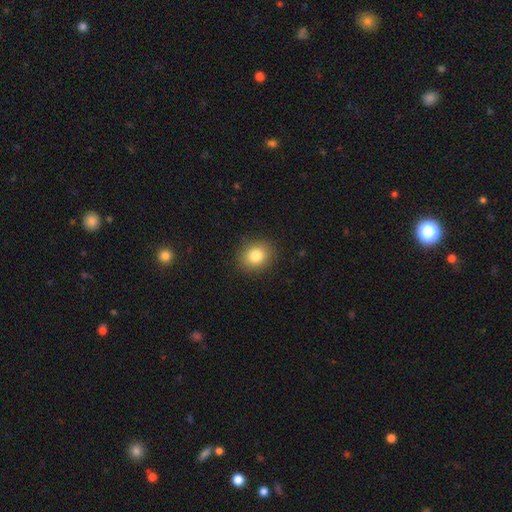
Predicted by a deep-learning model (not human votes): Smooth or featured?
  - smooth: 83% *
  - star or artifact: 10%
  - featured or disk: 7%
How rounded?
  - round: 66% *
  - in between: 33%
  - cigar-shaped: 1%
Merging?
  - none: 89% *
  - minor disturbance: 8%
  - major disturbance: 2%
  - merger: 1%